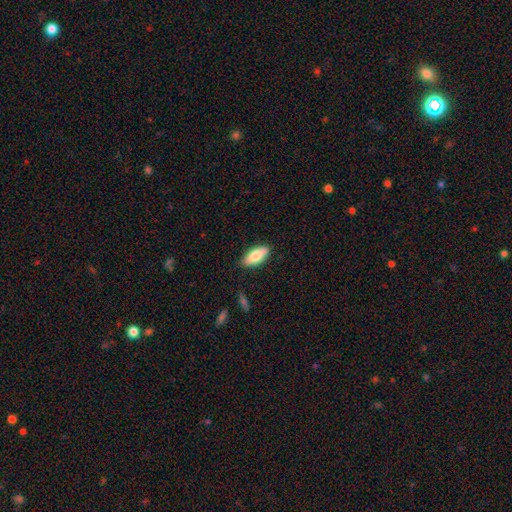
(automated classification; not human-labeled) This appears to be a smooth galaxy with no disk features (76%) that is in between round and cigar-shaped (82%). Merging: none (84%).